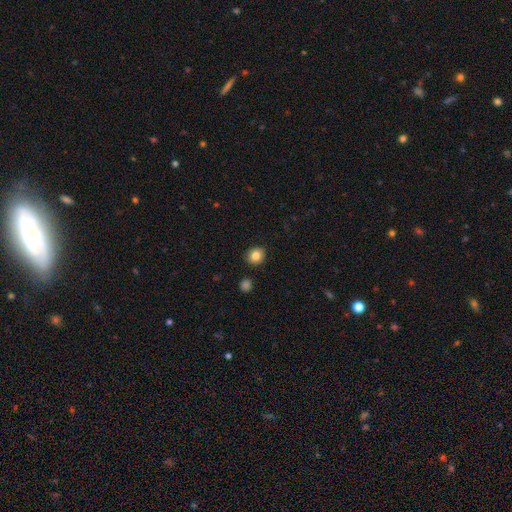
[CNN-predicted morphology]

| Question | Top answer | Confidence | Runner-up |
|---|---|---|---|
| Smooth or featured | smooth | 84% | star or artifact (10%) |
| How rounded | round | 79% | in between (20%) |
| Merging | none | 90% | minor disturbance (7%) |